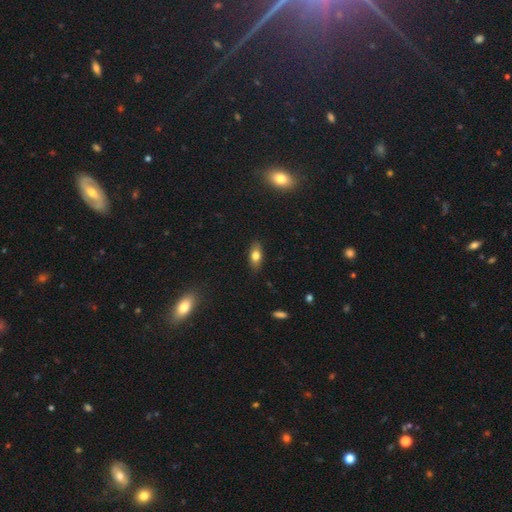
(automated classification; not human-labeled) smooth-or-featured: smooth: 74% | featured or disk: 17% | star or artifact: 9%
  how-rounded: in between: 81% | cigar-shaped: 13% | round: 6%
  merging: none: 85% | minor disturbance: 11% | major disturbance: 2% | merger: 1%